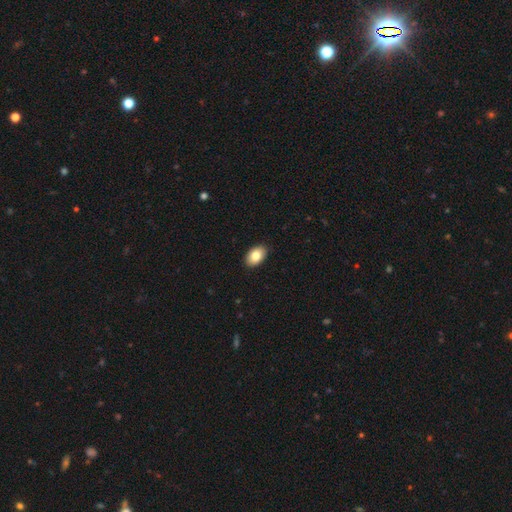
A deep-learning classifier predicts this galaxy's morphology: type=smooth (84%); roundness=in between (91%); merging=none (90%).